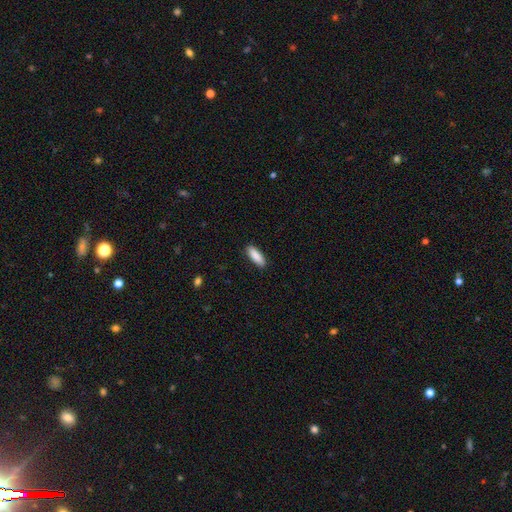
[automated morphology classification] Q: Smooth or featured?
A: smooth (89%); runner-up: star or artifact (6%)
Q: How rounded?
A: in between (62%); runner-up: cigar-shaped (36%)
Q: Merging?
A: none (89%); runner-up: minor disturbance (8%)